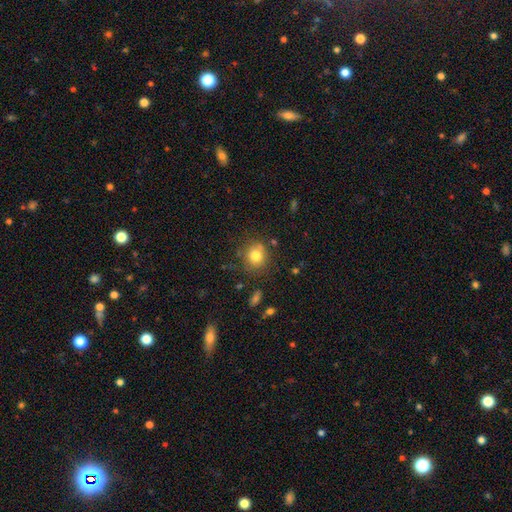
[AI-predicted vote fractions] This appears to be a smooth galaxy with no disk features (80%) that is round (81%). Merging: none (77%).